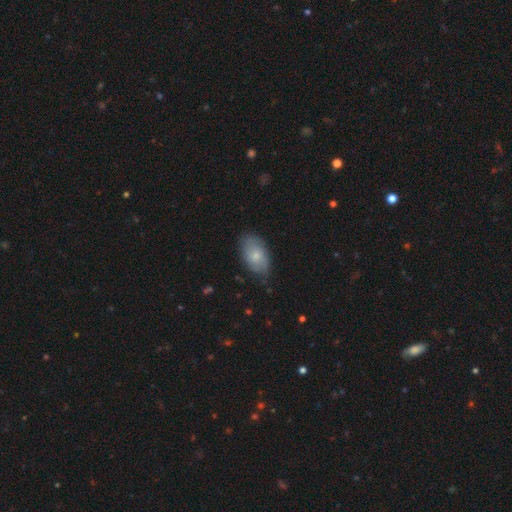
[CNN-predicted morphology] Q: Smooth or featured?
A: smooth (66%); runner-up: featured or disk (28%)
Q: How rounded?
A: in between (92%); runner-up: round (6%)
Q: Merging?
A: none (71%); runner-up: minor disturbance (23%)